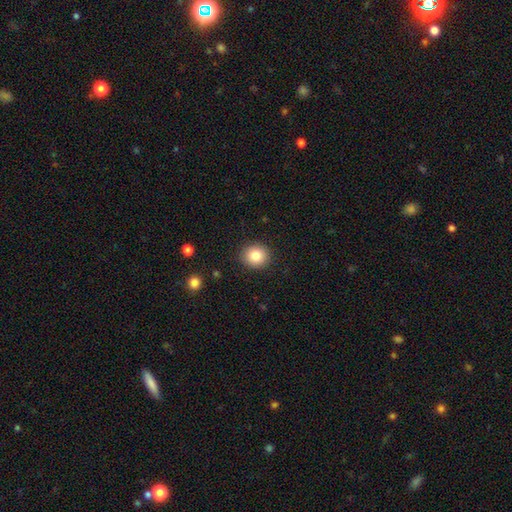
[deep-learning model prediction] A smooth galaxy with no disk features (84%) that is round (85%).

Vote fractions:
- Smooth or featured? smooth: 84% / star or artifact: 10% / featured or disk: 7%
- How rounded? round: 85% / in between: 15% / cigar-shaped: 1%
- Merging? none: 90% / minor disturbance: 7% / major disturbance: 2% / merger: 1%